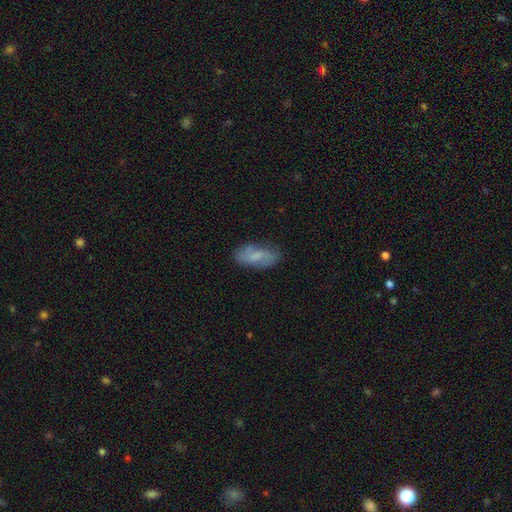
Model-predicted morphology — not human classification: Overall: smooth (61%; featured or disk 31%). How rounded: in between (84%). Merging: none (75%).